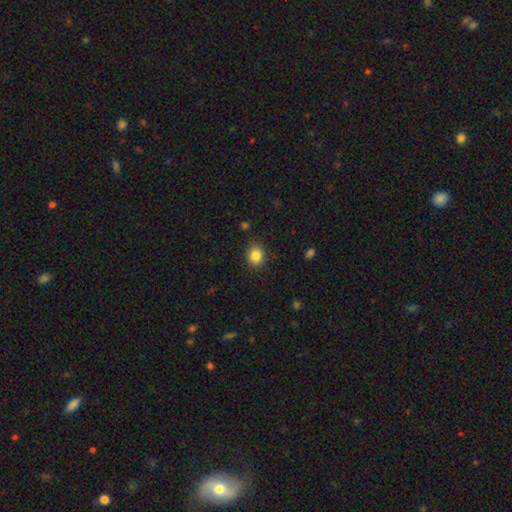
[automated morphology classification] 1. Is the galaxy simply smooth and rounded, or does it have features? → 84% smooth, 10% star or artifact, 5% featured or disk.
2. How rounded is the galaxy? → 74% round, 25% in between, 1% cigar-shaped.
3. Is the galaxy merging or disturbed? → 88% none, 9% minor disturbance, 2% major disturbance, 1% merger.